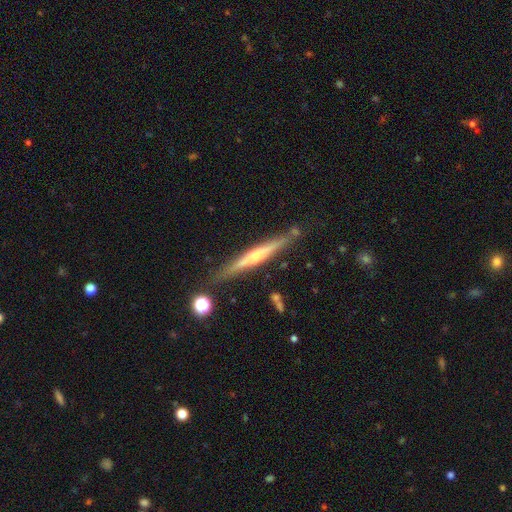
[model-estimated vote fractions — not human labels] A featured or disk galaxy (71%) viewed edge-on (97%) with a rounded central bulge (67%). Merging: none (84%).